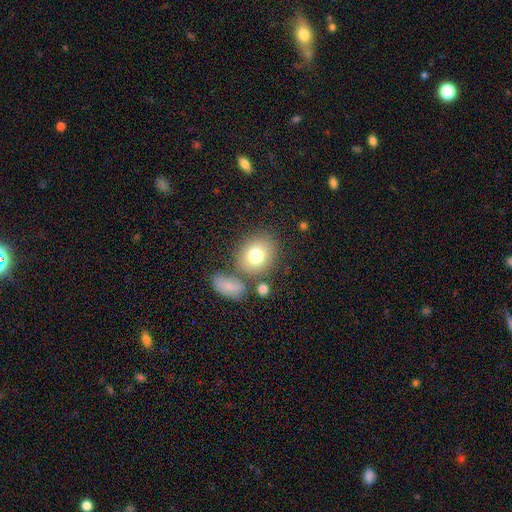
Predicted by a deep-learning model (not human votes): Smooth or featured? Predicted: smooth (p=0.77). How rounded? Predicted: round (p=0.67). Merging? Predicted: none (p=0.68).